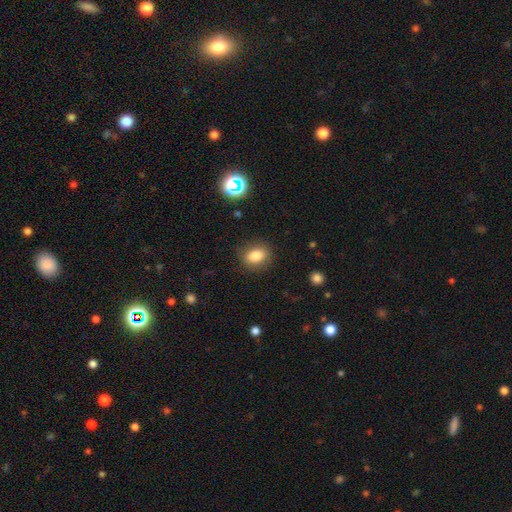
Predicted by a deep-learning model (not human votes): smooth-or-featured: smooth: 81% | star or artifact: 11% | featured or disk: 8%
  how-rounded: in between: 61% | round: 37% | cigar-shaped: 1%
  merging: none: 84% | minor disturbance: 11% | major disturbance: 4% | merger: 1%